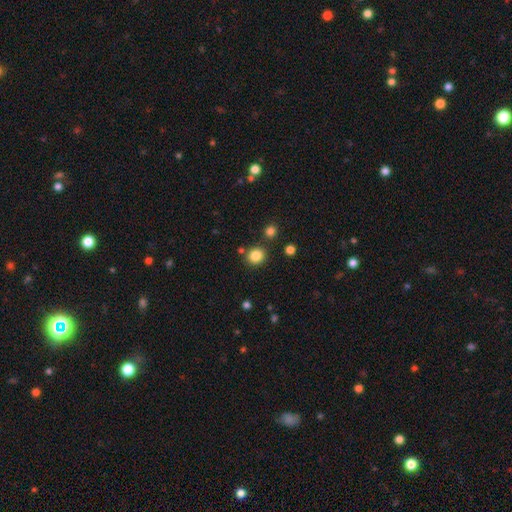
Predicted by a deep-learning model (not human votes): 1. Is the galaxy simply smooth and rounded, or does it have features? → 84% smooth, 11% star or artifact, 4% featured or disk.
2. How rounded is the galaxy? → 81% round, 18% in between, 1% cigar-shaped.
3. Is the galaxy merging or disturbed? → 83% none, 8% minor disturbance, 6% merger, 3% major disturbance.